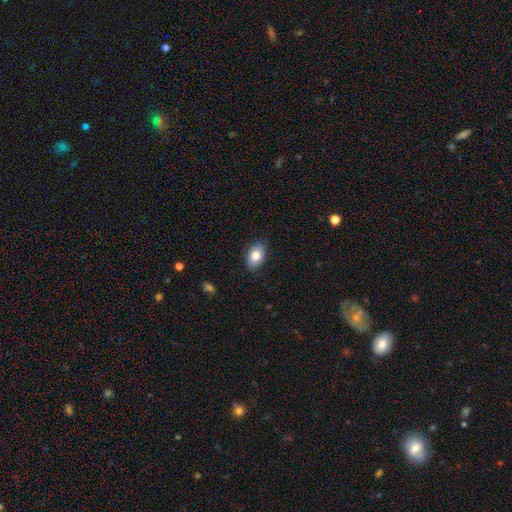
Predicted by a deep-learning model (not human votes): Overall: smooth (81%). How rounded: in between (84%). Merging: none (82%).